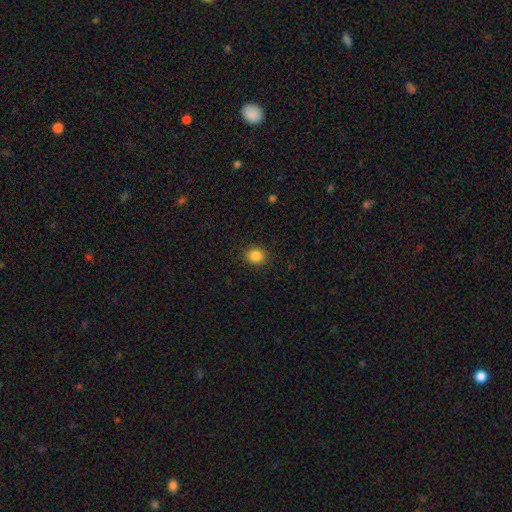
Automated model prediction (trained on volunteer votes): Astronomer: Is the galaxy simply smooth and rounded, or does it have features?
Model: smooth — 85%.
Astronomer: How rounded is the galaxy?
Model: round — 80%.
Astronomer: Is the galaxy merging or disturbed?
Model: none — 90%.